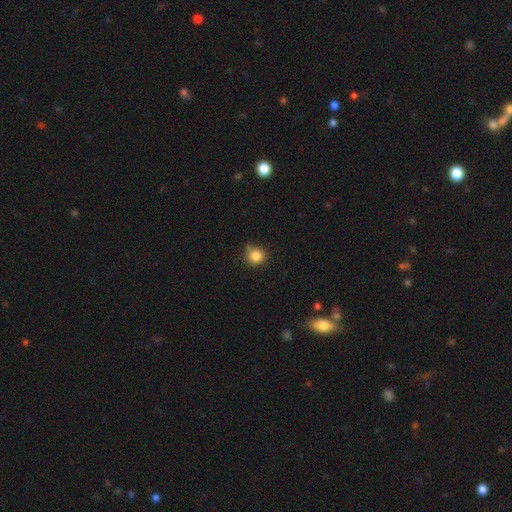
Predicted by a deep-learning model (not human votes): smooth 85%, star or artifact 11%, featured or disk 4%. Down the decision tree: how rounded — round (91%); merging — none (74%).